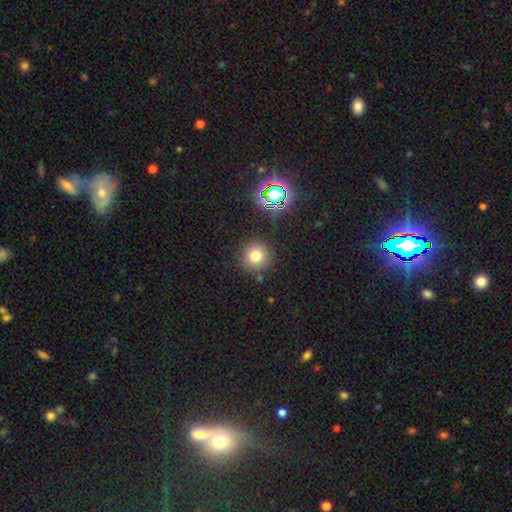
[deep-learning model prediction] Smooth or featured? smooth (75%)
How rounded? round (94%)
Merging? none (86%)